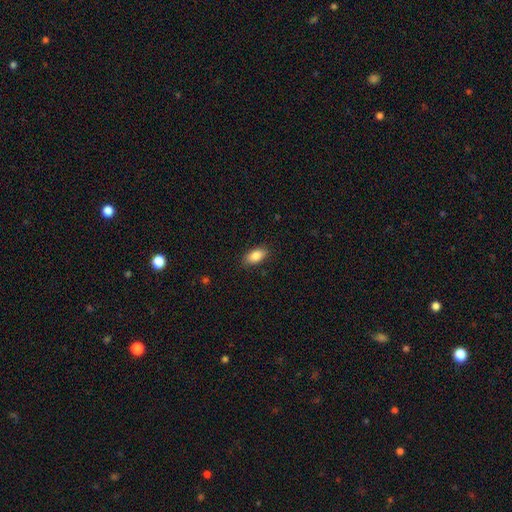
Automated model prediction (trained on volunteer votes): This appears to be a smooth galaxy with no disk features (87%) that is in between round and cigar-shaped (91%). Merging: none (87%).